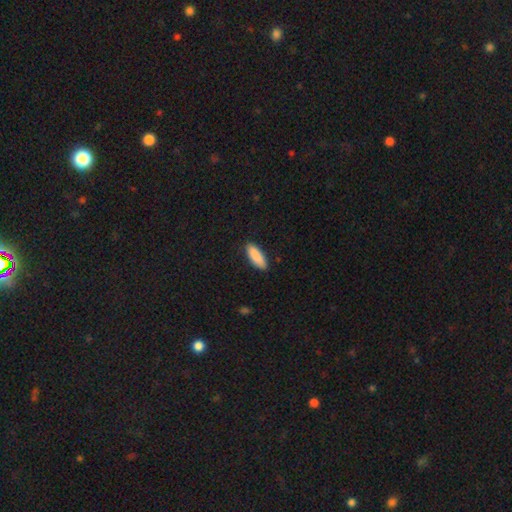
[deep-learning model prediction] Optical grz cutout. It shows a smooth galaxy with no disk features (90%) that is in between round and cigar-shaped (64%). Merging: none (87%).